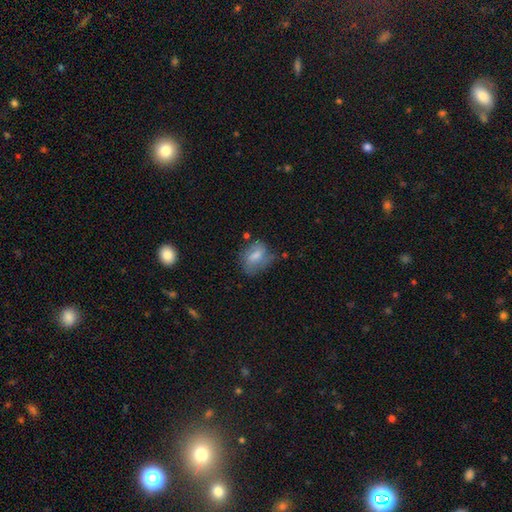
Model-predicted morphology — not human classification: smooth_or_featured: smooth (p=0.66) [alt: featured or disk p=0.26]
how_rounded: in between (p=0.69) [alt: round p=0.29]
merging: none (p=0.52) [alt: minor disturbance p=0.31]